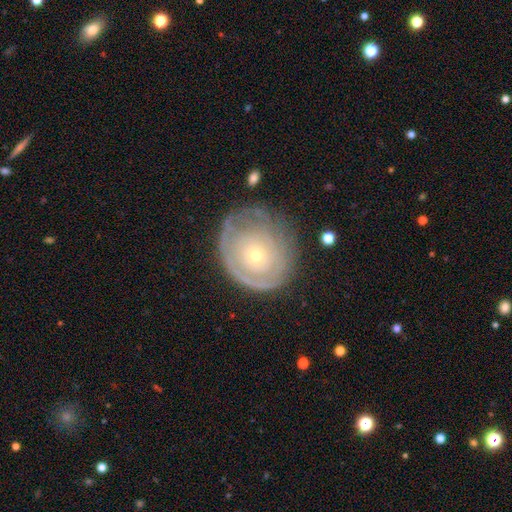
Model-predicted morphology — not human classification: Smooth or featured? Predicted: featured or disk (p=0.65). Edge-on disk? Predicted: no (p=0.96). Bar? Predicted: no (p=0.88). Spiral arms? Predicted: yes (p=0.57). Bulge size? Predicted: small (p=0.71). Merging? Predicted: none (p=0.64).